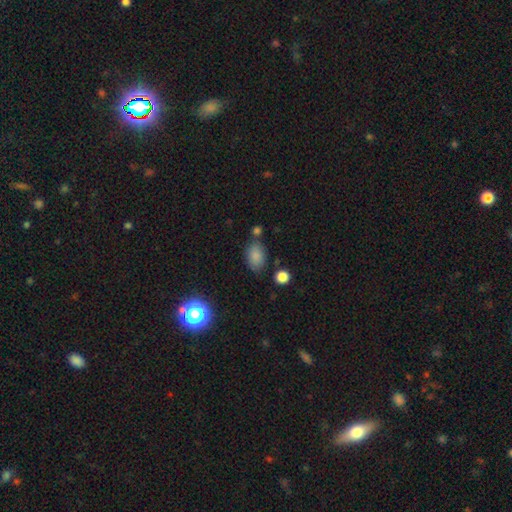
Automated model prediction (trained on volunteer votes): Overall: smooth (83%). How rounded: in between (84%). Merging: none (69%).